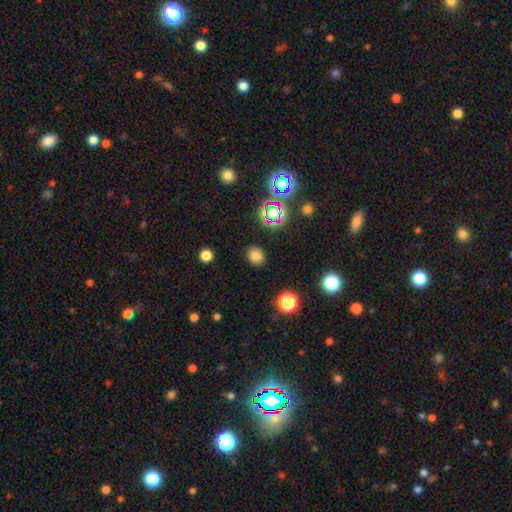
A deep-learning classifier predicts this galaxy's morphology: A smooth galaxy with no disk features (77%) that is round (65%).

Vote fractions:
- Smooth or featured? smooth: 77% / star or artifact: 18% / featured or disk: 5%
- How rounded? round: 65% / in between: 34% / cigar-shaped: 1%
- Merging? none: 87% / minor disturbance: 8% / major disturbance: 3% / merger: 2%